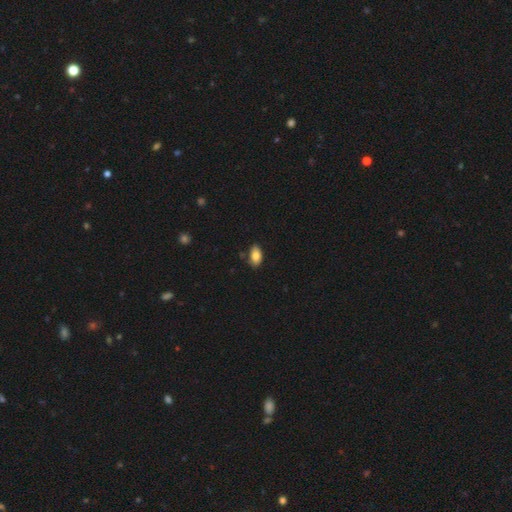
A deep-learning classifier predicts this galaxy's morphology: smooth 83%, featured or disk 9%, star or artifact 8%. Down the decision tree: how rounded — in between (93%); merging — none (81%).